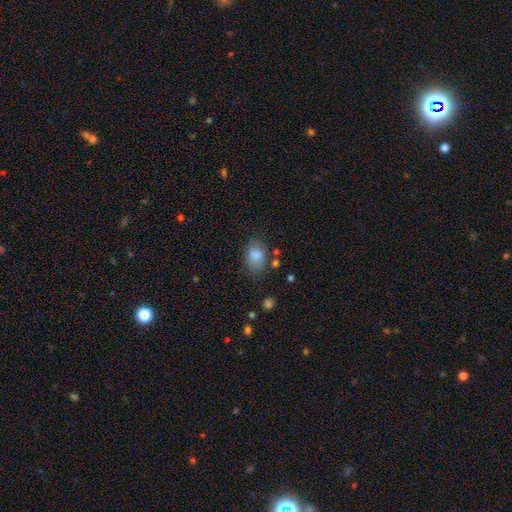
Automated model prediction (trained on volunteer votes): Overall: smooth (84%). How rounded: in between (76%). Merging: none (69%).